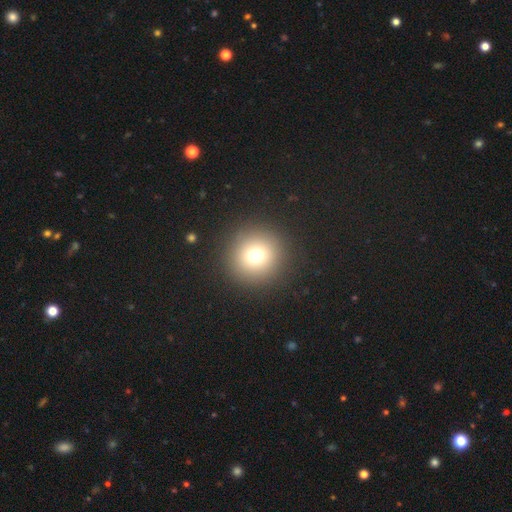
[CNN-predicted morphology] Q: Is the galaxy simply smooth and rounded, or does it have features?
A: smooth — 73%.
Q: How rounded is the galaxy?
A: round — 95%.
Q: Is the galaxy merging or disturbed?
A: none — 91%.